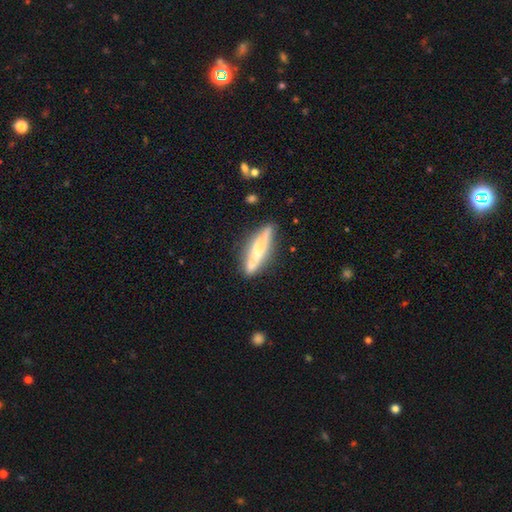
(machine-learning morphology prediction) Smooth or featured? Predicted: featured or disk (p=0.58). Edge-on disk? Predicted: yes (p=0.85). Merging? Predicted: none (p=0.72).